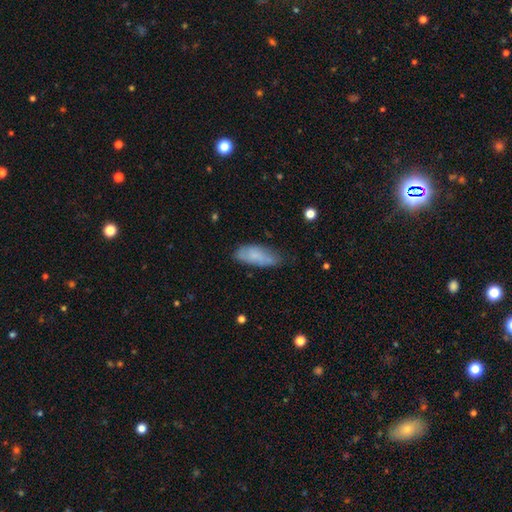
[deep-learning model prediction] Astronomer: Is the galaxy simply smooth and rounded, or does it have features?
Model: smooth — 73%.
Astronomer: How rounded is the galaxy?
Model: in between — 77%.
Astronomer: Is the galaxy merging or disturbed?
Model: none — 58%.